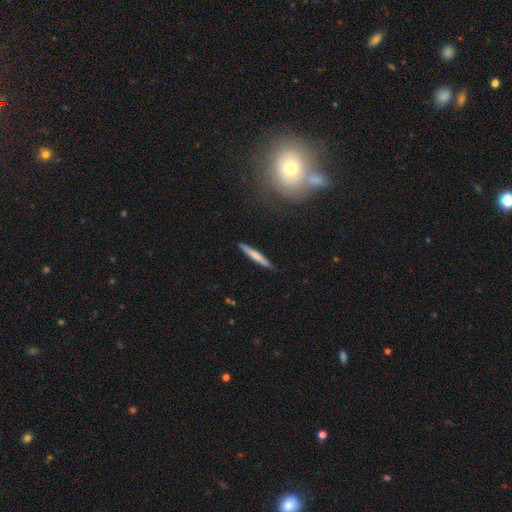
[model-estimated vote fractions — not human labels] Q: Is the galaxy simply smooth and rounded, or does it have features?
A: smooth — 63%.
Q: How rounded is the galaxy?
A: cigar-shaped — 95%.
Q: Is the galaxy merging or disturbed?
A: none — 89%.